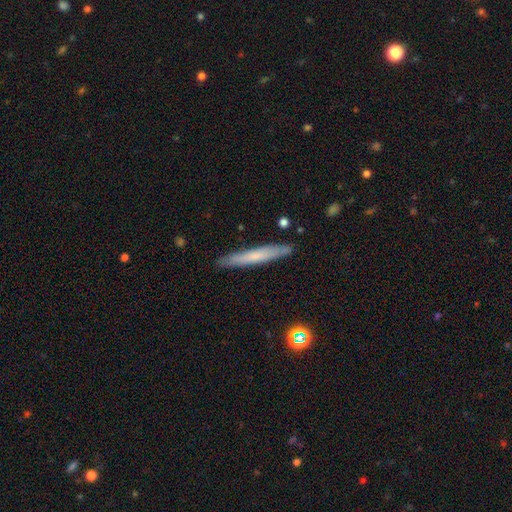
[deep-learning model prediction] smooth 60%, featured or disk 34%, star or artifact 7%. Down the decision tree: how rounded — cigar-shaped (95%); merging — none (88%).